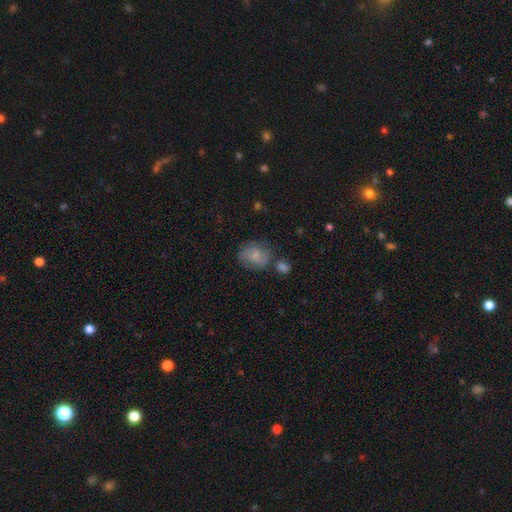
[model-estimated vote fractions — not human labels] Overall: smooth (50%; featured or disk 40%). How rounded: round (56%; in between 43%). Merging: none (61%).